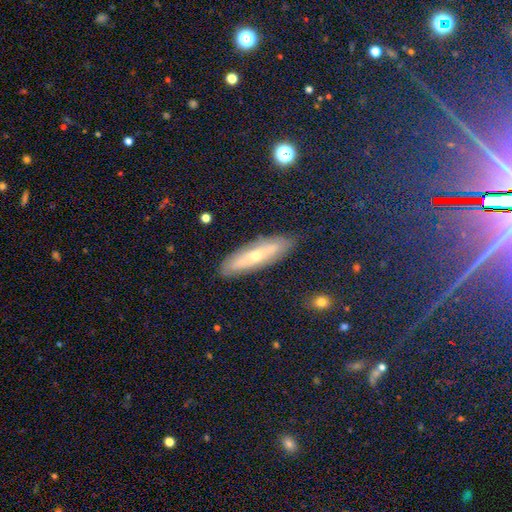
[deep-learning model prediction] This is possibly a featured or disk galaxy (52%). It is possibly viewed edge-on (52%). Merging: clearly none (84%).